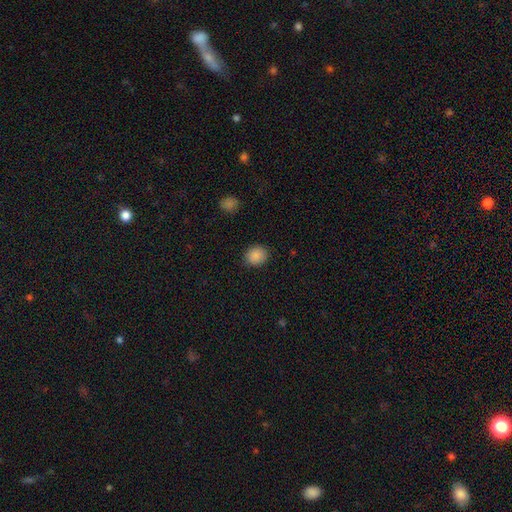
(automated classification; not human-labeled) Smooth or featured: smooth — 88% (star or artifact — 9%)
How rounded: round — 73% (in between — 26%)
Merging: none — 89% (minor disturbance — 8%)